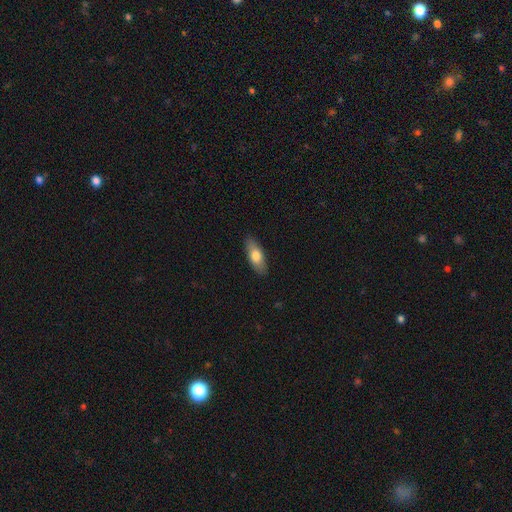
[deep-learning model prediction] Smooth or featured?
  - smooth: 73% *
  - featured or disk: 21%
  - star or artifact: 6%
How rounded?
  - in between: 76% *
  - cigar-shaped: 21%
  - round: 3%
Merging?
  - none: 88% *
  - minor disturbance: 9%
  - major disturbance: 2%
  - merger: 1%